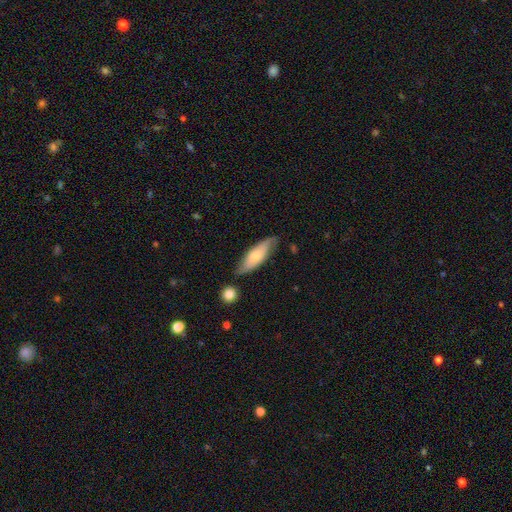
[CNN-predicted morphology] type=smooth (57%); roundness=in between (57%); merging=none (69%).